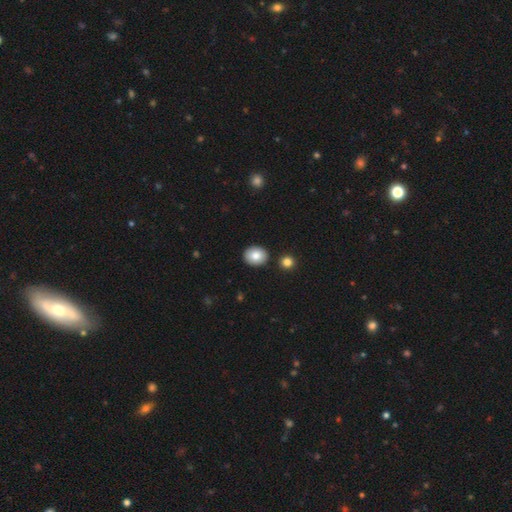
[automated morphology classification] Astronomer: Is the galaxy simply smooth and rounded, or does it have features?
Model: smooth — 84%.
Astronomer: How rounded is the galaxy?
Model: round — 56% (runner-up: in between, 43%).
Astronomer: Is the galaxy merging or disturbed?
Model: none — 88%.